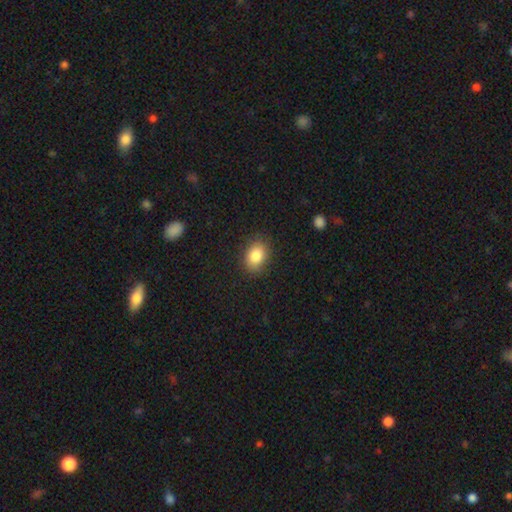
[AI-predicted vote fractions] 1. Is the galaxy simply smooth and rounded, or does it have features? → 85% smooth, 9% star or artifact, 7% featured or disk.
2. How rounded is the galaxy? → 71% in between, 28% round, 1% cigar-shaped.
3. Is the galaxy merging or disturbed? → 85% none, 11% minor disturbance, 3% major disturbance, 1% merger.